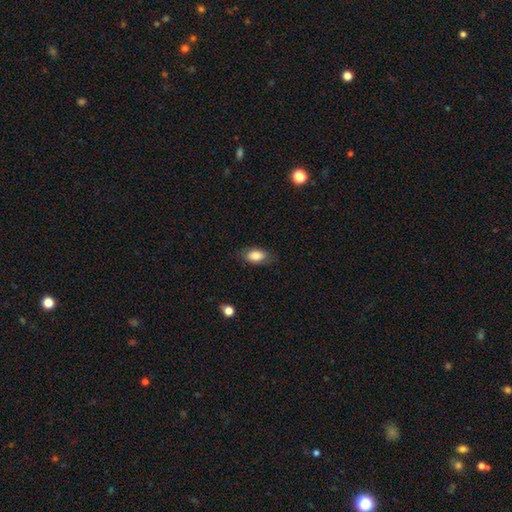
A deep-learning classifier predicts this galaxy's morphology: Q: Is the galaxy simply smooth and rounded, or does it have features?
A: smooth — 83%.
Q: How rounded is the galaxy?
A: in between — 89%.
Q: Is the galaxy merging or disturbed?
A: none — 79%.